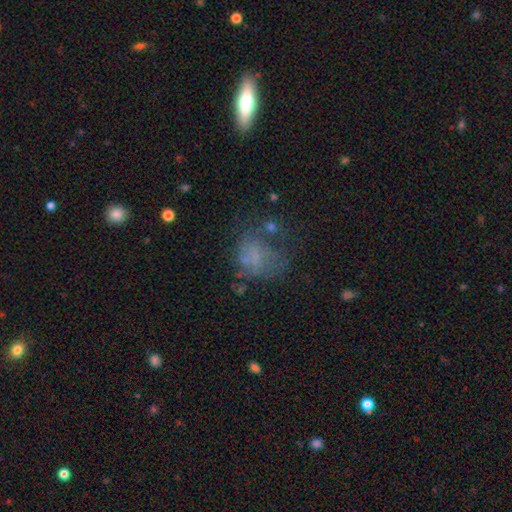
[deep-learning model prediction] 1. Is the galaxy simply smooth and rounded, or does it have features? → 48% smooth, 31% featured or disk, 21% star or artifact.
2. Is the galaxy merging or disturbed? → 38% none, 34% major disturbance, 21% minor disturbance, 7% merger.